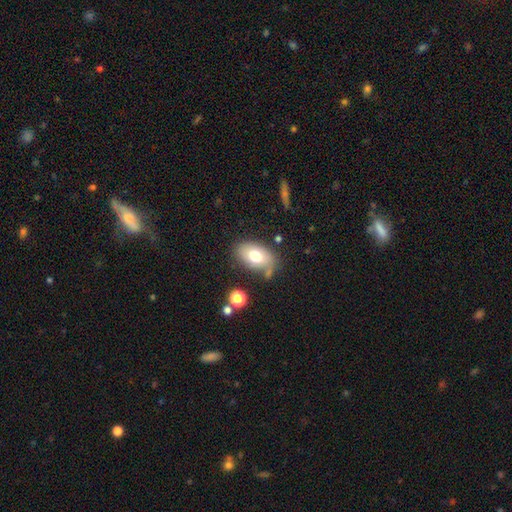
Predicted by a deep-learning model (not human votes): Smooth or featured? smooth (73%)
How rounded? in between (90%)
Merging? none (72%)